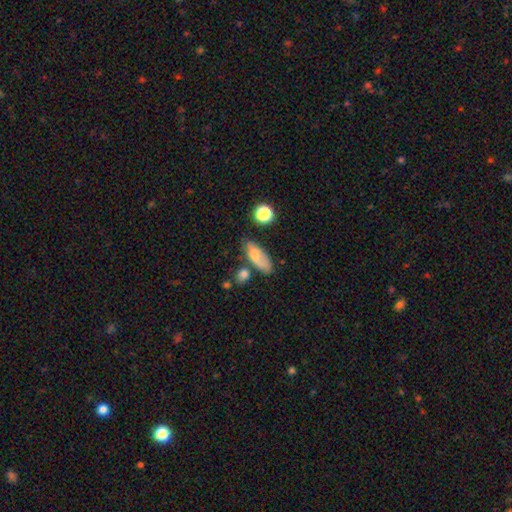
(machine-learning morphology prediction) Q: Smooth or featured?
A: smooth (69%); runner-up: featured or disk (22%)
Q: How rounded?
A: in between (76%); runner-up: cigar-shaped (18%)
Q: Merging?
A: none (52%); runner-up: minor disturbance (26%)